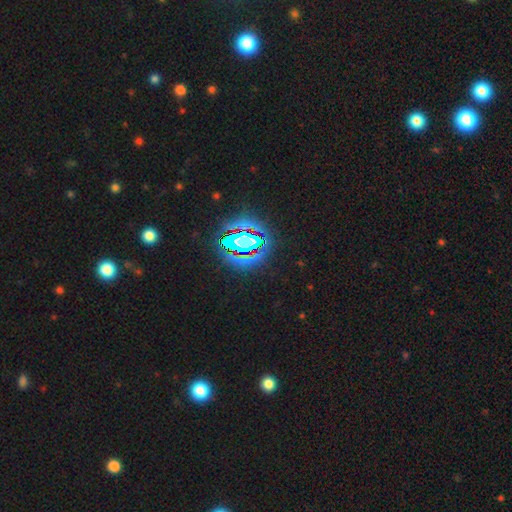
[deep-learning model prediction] Smooth or featured: star or artifact — 80% (smooth — 11%)